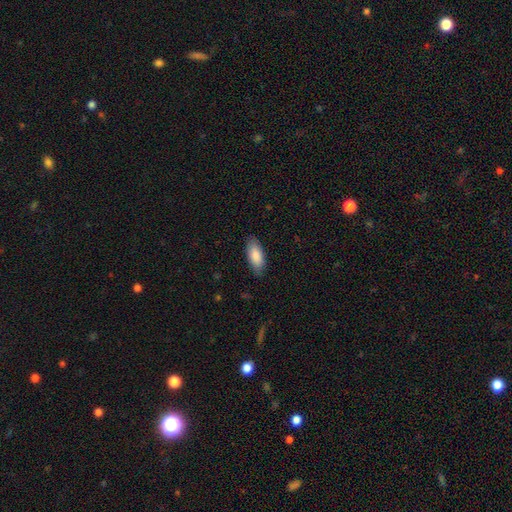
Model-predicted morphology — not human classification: smooth-or-featured: smooth: 87% | featured or disk: 8% | star or artifact: 5%
  how-rounded: in between: 85% | cigar-shaped: 13% | round: 2%
  merging: none: 84% | minor disturbance: 12% | major disturbance: 2% | merger: 1%